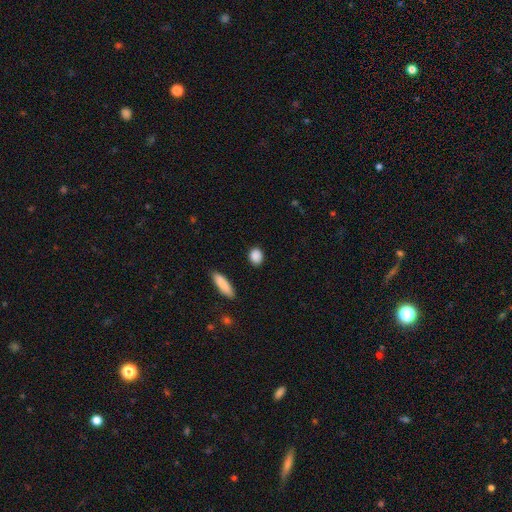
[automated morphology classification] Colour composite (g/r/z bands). It shows a smooth galaxy with no disk features (89%) that is round (49%). Merging: none (88%).